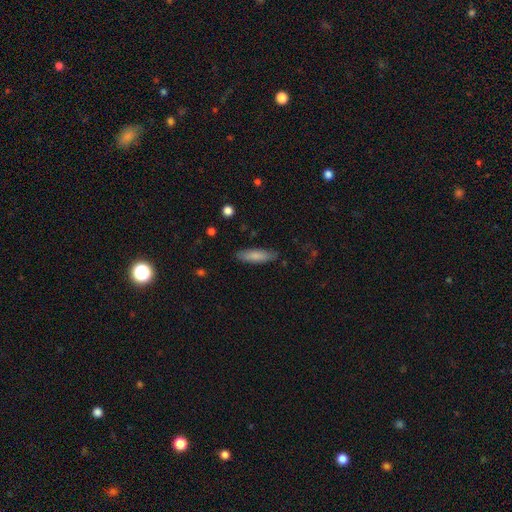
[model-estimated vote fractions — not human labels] The model was most divided on "how rounded": cigar-shaped: 58%, in between: 40%, round: 2%. More confident: merging — none (85%); smooth or featured — smooth (81%).